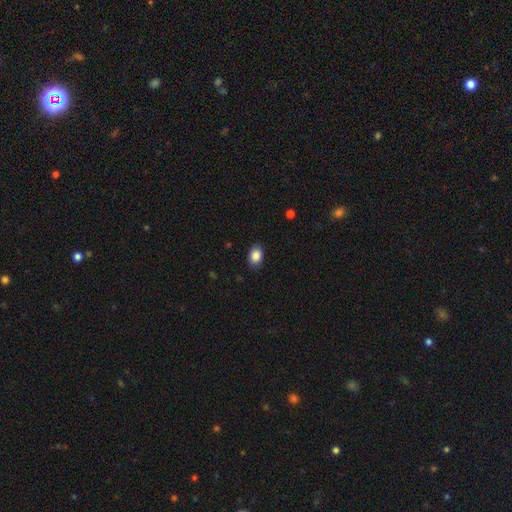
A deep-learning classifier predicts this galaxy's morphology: Smooth or featured? smooth (87%)
How rounded? in between (78%)
Merging? none (87%)